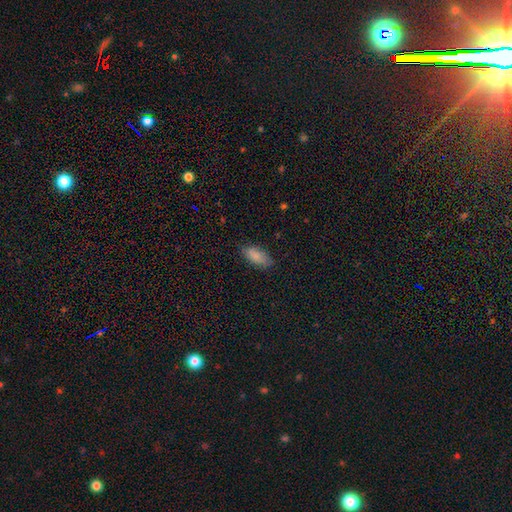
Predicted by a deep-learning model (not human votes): This appears to be a smooth galaxy with no disk features (86%) that is in between round and cigar-shaped (87%). Merging: none (80%).